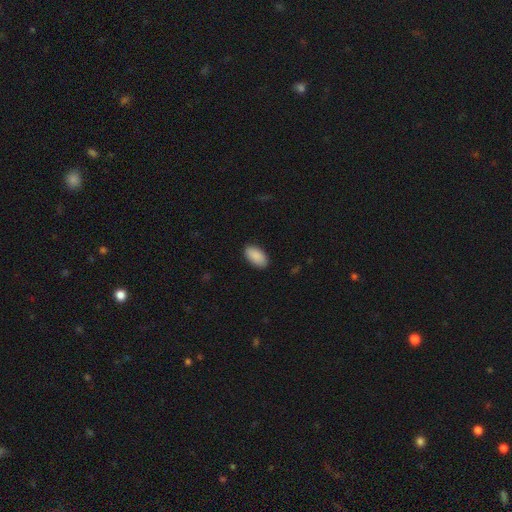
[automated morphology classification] Smooth or featured? smooth (91%)
How rounded? in between (95%)
Merging? none (89%)